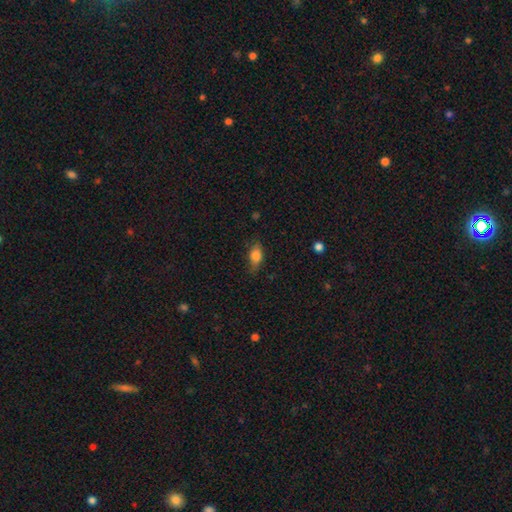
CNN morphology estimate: A smooth galaxy with no disk features (78%) that is in between round and cigar-shaped (82%).

Vote fractions:
- Smooth or featured? smooth: 78% / featured or disk: 13% / star or artifact: 9%
- How rounded? in between: 82% / cigar-shaped: 10% / round: 8%
- Merging? none: 74% / minor disturbance: 20% / major disturbance: 5% / merger: 1%